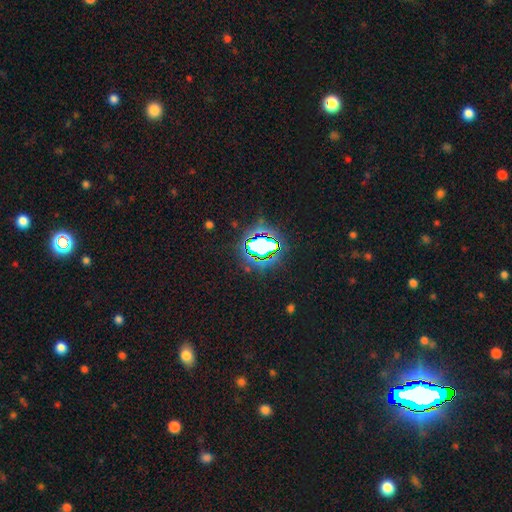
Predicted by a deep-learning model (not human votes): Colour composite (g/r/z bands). It shows a star or artifact, not a galaxy (82%).